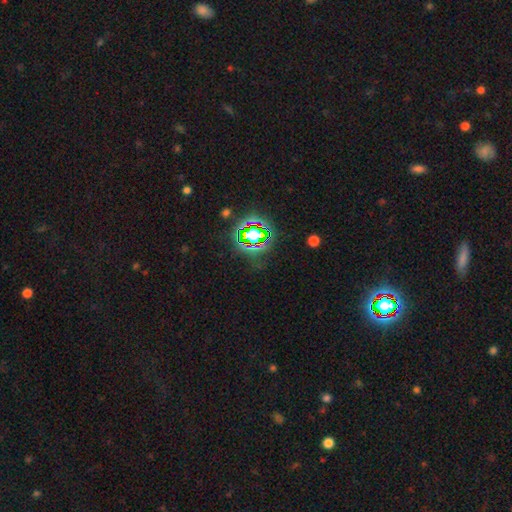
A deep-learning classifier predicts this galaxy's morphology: Smooth or featured? Predicted: star or artifact (p=0.78).